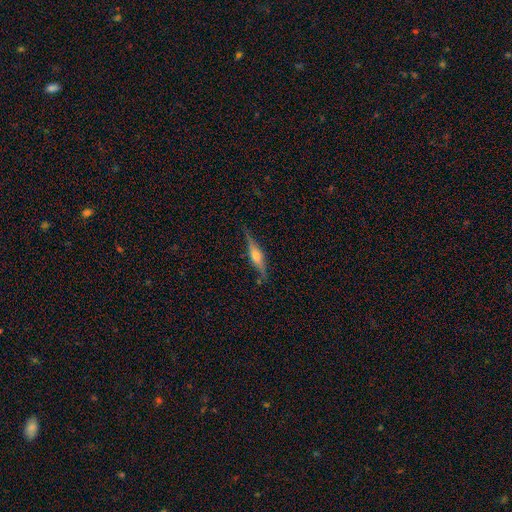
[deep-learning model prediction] This appears to be a featured or disk galaxy (73%) viewed edge-on (96%) with a rounded central bulge (83%). Merging: none (83%).